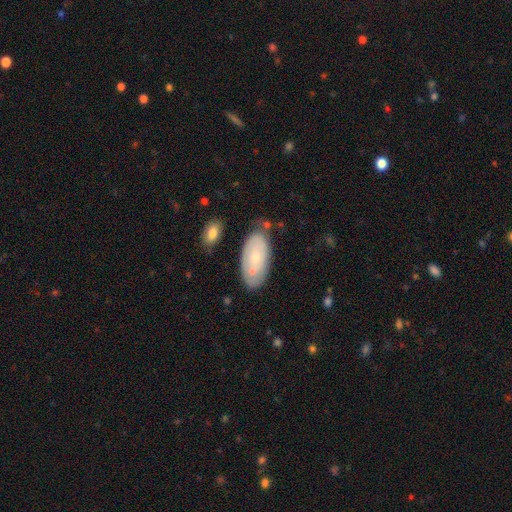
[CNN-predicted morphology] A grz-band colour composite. It shows a smooth galaxy with no disk features (54%) that is in between round and cigar-shaped (94%). Merging: none (64%).